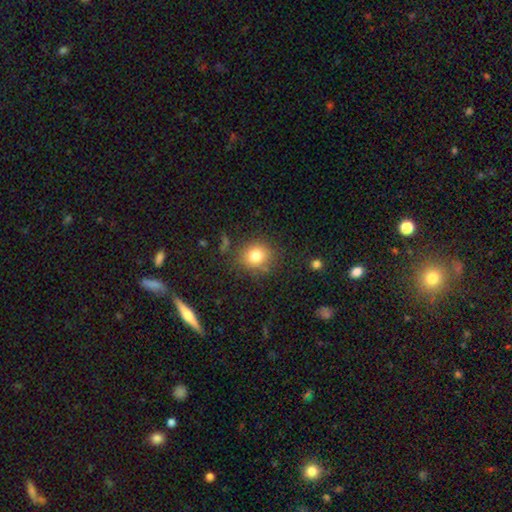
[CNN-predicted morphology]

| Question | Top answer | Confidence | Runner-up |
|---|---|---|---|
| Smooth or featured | smooth | 80% | star or artifact (12%) |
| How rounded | round | 82% | in between (17%) |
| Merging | none | 82% | minor disturbance (11%) |